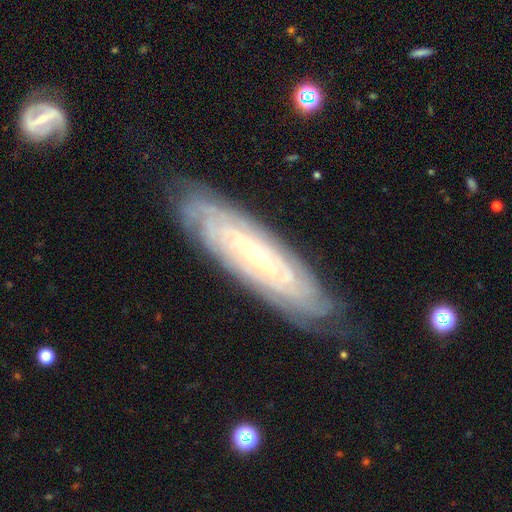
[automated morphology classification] Smooth or featured: featured or disk — 83% (smooth — 11%)
Edge-on disk: no — 79% (yes — 21%)
Bar: no — 65% (weak — 25%)
Spiral arms: yes — 95% (no — 5%)
Spiral winding: tight — 84% (medium — 13%)
Spiral arm count: can't tell — 50% (4 — 15%)
Bulge size: small — 79% (moderate — 17%)
Merging: none — 81% (minor disturbance — 14%)